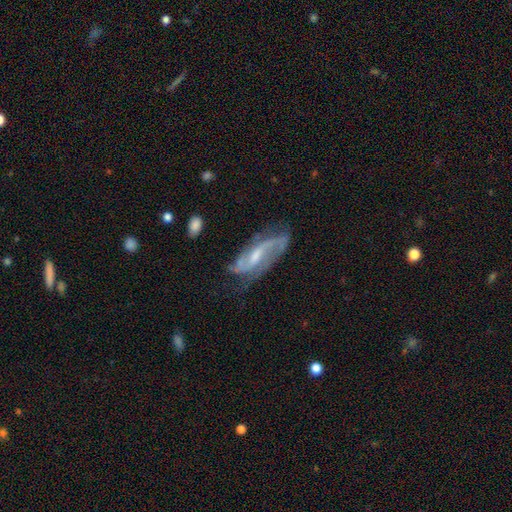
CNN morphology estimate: A featured or disk galaxy (85%) with a weak bar (50%), 2 (76%) medium (47%) spiral arms (95%) and a small central bulge (46%).

Vote fractions:
- Smooth or featured? featured or disk: 85% / smooth: 10% / star or artifact: 6%
- Edge-on disk? no: 91% / yes: 9%
- Bar? weak: 50% / no: 28% / strong: 22%
- Spiral arms? yes: 95% / no: 5%
- Spiral winding? medium: 47% / loose: 34% / tight: 20%
- Spiral arm count? 2: 76% / can't tell: 10% / 3: 6% / 1: 4% / 4: 2% / more than 4: 2%
- Bulge size? small: 46% / moderate: 41% / none: 9% / large: 3% / dominant: 1%
- Merging? none: 62% / minor disturbance: 23% / major disturbance: 13% / merger: 2%